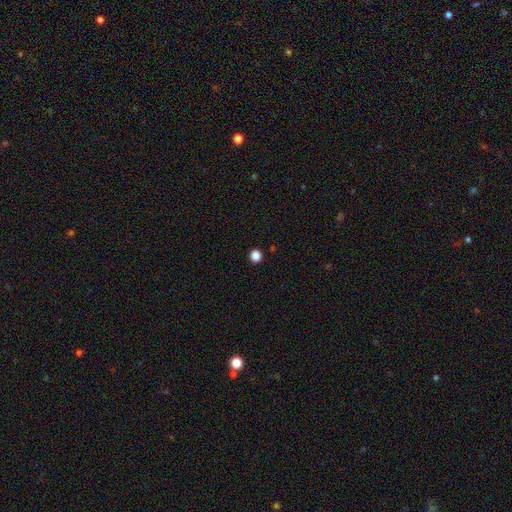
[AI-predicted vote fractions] Smooth or featured?
  - smooth: 86% *
  - star or artifact: 12%
  - featured or disk: 3%
How rounded?
  - round: 93% *
  - in between: 6%
  - cigar-shaped: 1%
Merging?
  - none: 93% *
  - minor disturbance: 4%
  - major disturbance: 2%
  - merger: 1%